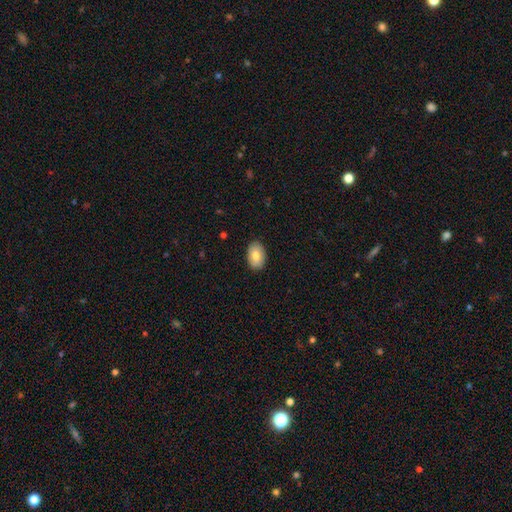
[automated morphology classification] Q: Smooth or featured?
A: smooth (78%); runner-up: featured or disk (16%)
Q: How rounded?
A: in between (88%); runner-up: round (11%)
Q: Merging?
A: none (88%); runner-up: minor disturbance (9%)